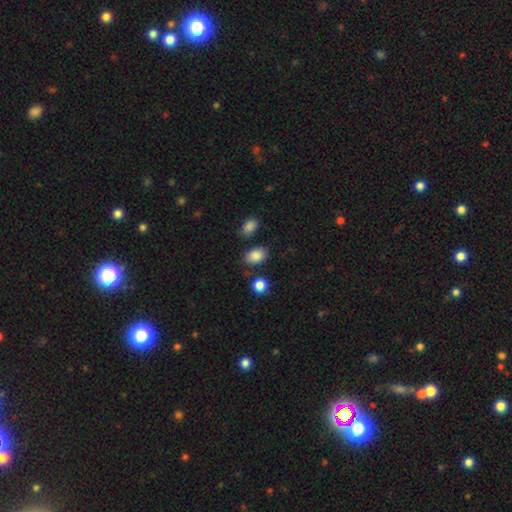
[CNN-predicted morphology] Smooth or featured: smooth — 87% (star or artifact — 9%)
How rounded: in between — 80% (round — 18%)
Merging: none — 79% (minor disturbance — 13%)